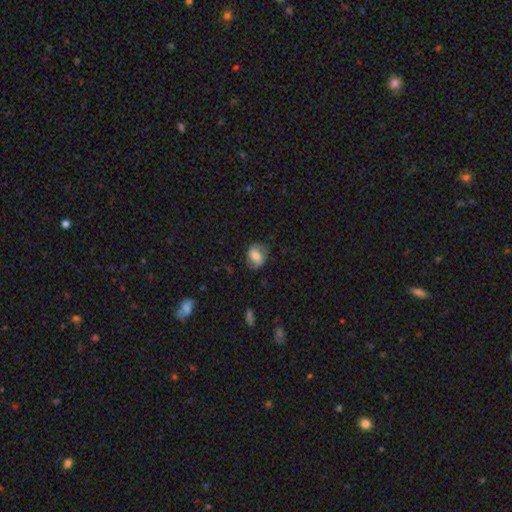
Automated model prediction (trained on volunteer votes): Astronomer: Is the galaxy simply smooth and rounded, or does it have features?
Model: smooth — 55% (runner-up: featured or disk, 36%).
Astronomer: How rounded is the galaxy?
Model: in between — 54% (runner-up: round, 44%).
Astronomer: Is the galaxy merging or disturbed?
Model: none — 71%.